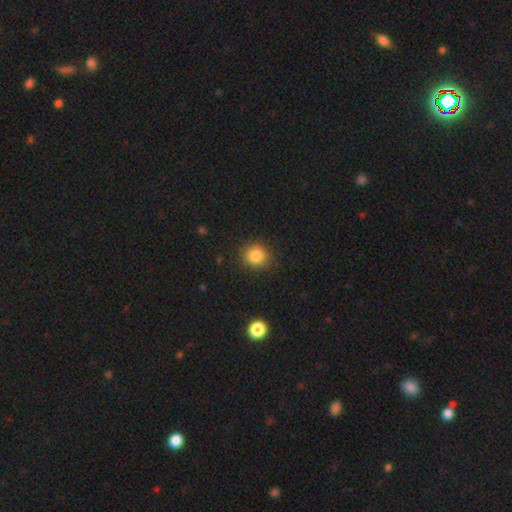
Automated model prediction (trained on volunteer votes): A smooth galaxy with no disk features (85%) that is round (87%). Merging: none (88%).